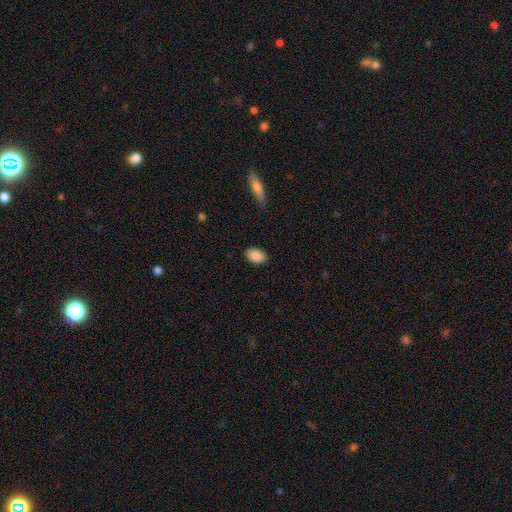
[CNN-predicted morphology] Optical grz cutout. It shows a smooth galaxy with no disk features (89%) that is in between round and cigar-shaped (90%). Merging: none (86%).